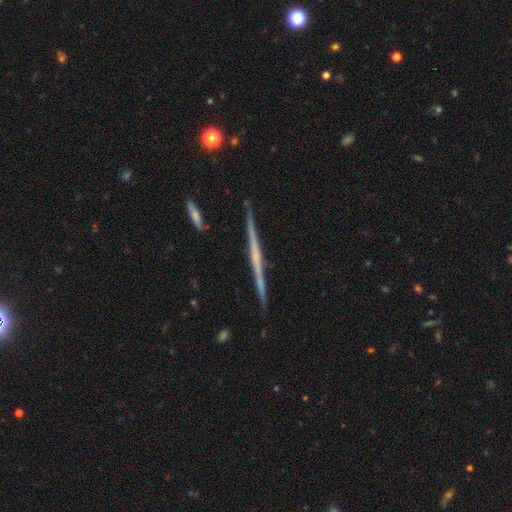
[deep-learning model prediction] smooth-or-featured: featured or disk: 74% | smooth: 20% | star or artifact: 6%
  disk-edge-on: yes: 98% | no: 2%
    edge-on-bulge: none: 69% | rounded: 21% | boxy: 10%
  merging: none: 89% | minor disturbance: 8% | merger: 2% | major disturbance: 2%